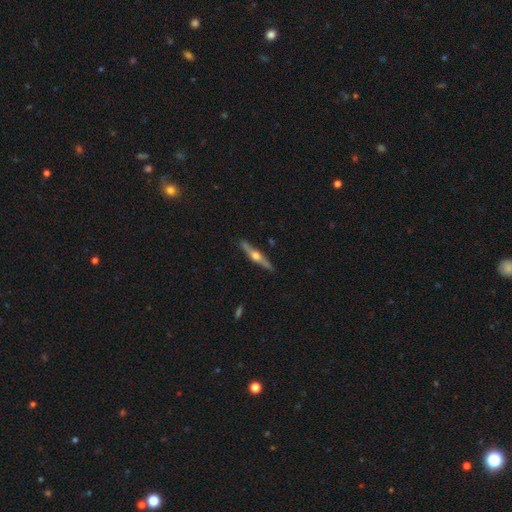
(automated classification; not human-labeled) Q: Smooth or featured?
A: featured or disk (78%); runner-up: smooth (17%)
Q: Edge-on disk?
A: yes (97%); runner-up: no (3%)
Q: Edge-on bulge?
A: rounded (93%); runner-up: boxy (4%)
Q: Merging?
A: none (90%); runner-up: minor disturbance (7%)